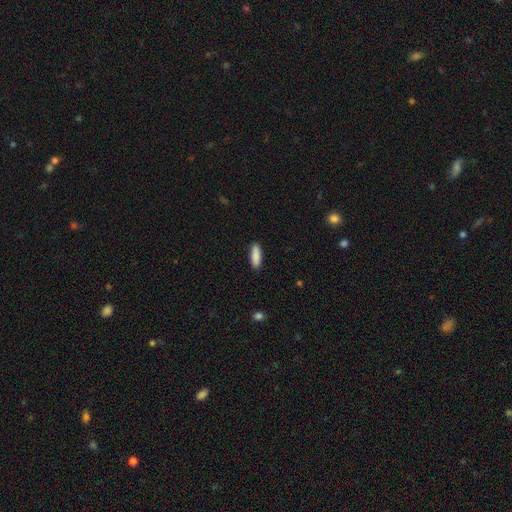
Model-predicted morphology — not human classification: A smooth galaxy with no disk features (90%) that is in between round and cigar-shaped (52%).

Vote fractions:
- Smooth or featured? smooth: 90% / star or artifact: 6% / featured or disk: 4%
- How rounded? in between: 52% / cigar-shaped: 47% / round: 2%
- Merging? none: 90% / minor disturbance: 8% / major disturbance: 2% / merger: 1%